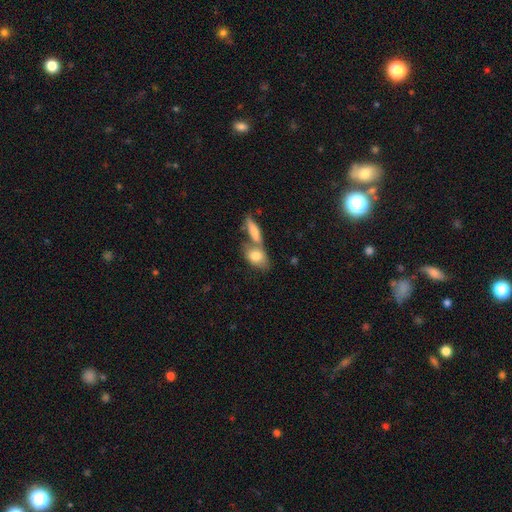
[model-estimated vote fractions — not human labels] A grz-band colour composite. It shows a smooth galaxy with no disk features (77%) that is in between round and cigar-shaped (82%). Merging: merger (49%).